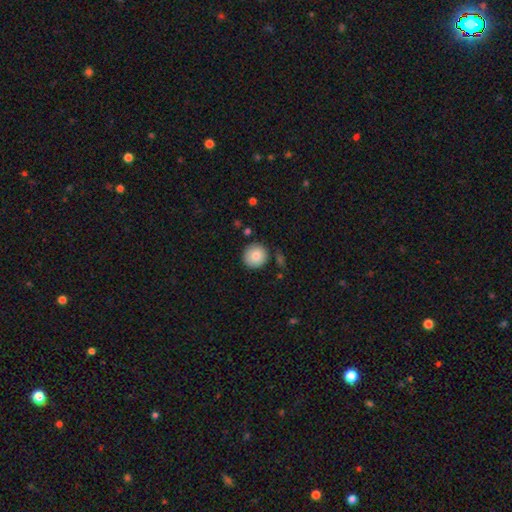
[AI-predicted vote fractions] Smooth or featured? Predicted: smooth (p=0.84). How rounded? Predicted: round (p=0.93). Merging? Predicted: none (p=0.83).